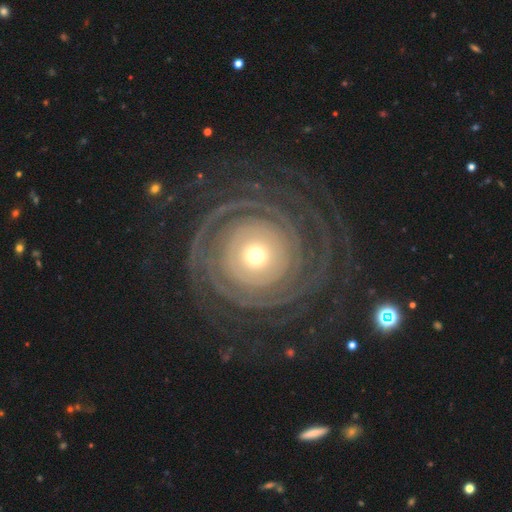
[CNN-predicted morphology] smooth_or_featured: featured or disk (p=0.87) [alt: smooth p=0.07]
disk_edge_on: no (p=0.97) [alt: yes p=0.03]
bar: no (p=0.84) [alt: weak p=0.10]
has_spiral_arms: yes (p=0.94) [alt: no p=0.06]
spiral_winding: tight (p=0.83) [alt: medium p=0.12]
spiral_arm_count: can't tell (p=0.25) [alt: 2 p=0.20]
bulge_size: small (p=0.45) [alt: moderate p=0.44]
merging: none (p=0.76) [alt: major disturbance p=0.11]